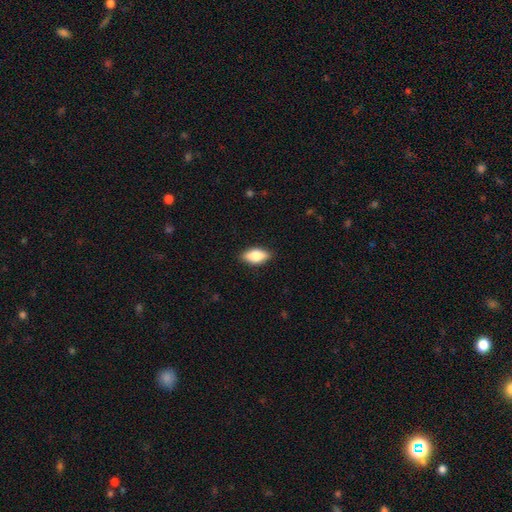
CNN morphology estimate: This is likely a smooth galaxy (79%). How rounded: clearly in between (89%). Merging: clearly none (87%).